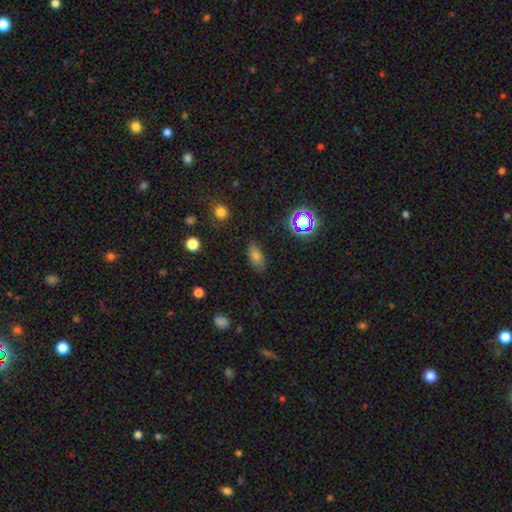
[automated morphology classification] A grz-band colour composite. It shows a smooth galaxy with no disk features (69%) that is in between round and cigar-shaped (86%). Merging: none (82%).